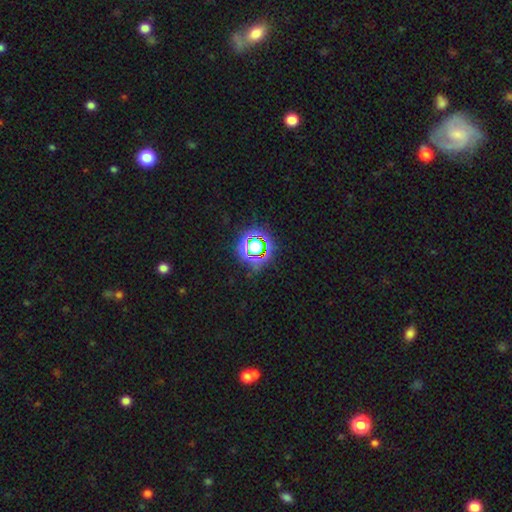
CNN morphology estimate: Smooth or featured?
  - star or artifact: 70% *
  - smooth: 19%
  - featured or disk: 11%